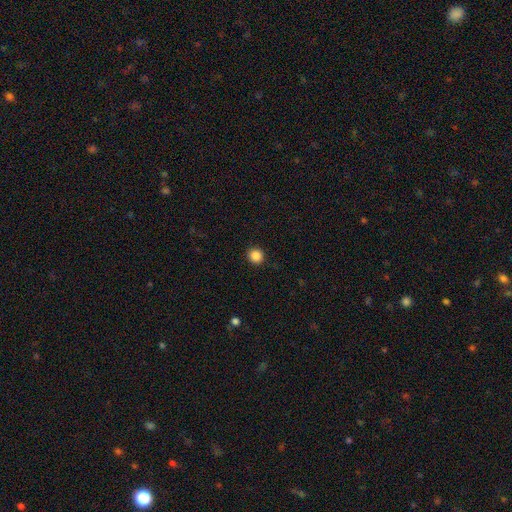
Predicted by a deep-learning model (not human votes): This is clearly a smooth galaxy (87%). How rounded: clearly round (92%). Merging: clearly none (93%).